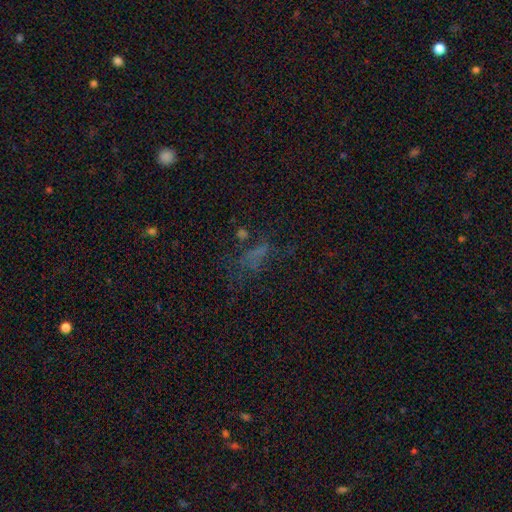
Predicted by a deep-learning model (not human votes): Morphology: type=star or artifact (40%).